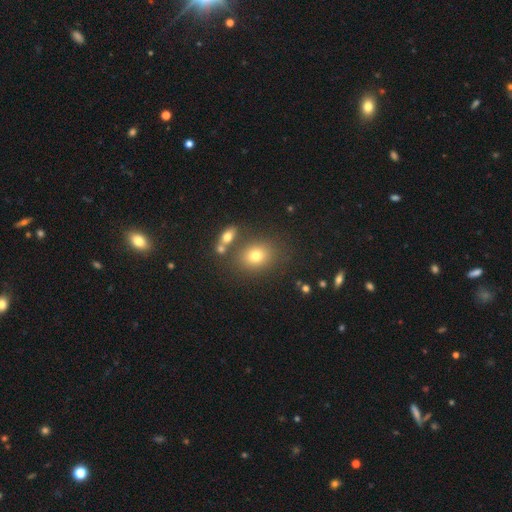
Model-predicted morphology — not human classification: The model was most divided on "how rounded": in between: 50%, round: 49%, cigar-shaped: 1%. More confident: smooth or featured — smooth (75%); merging — none (72%).